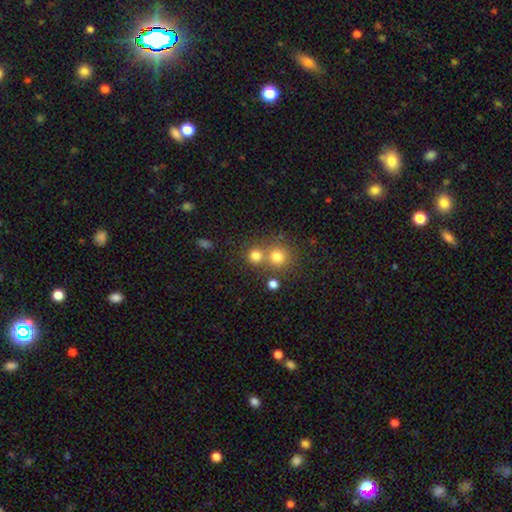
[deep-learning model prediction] Smooth or featured? smooth (77%)
How rounded? round (88%)
Merging? none (56%)